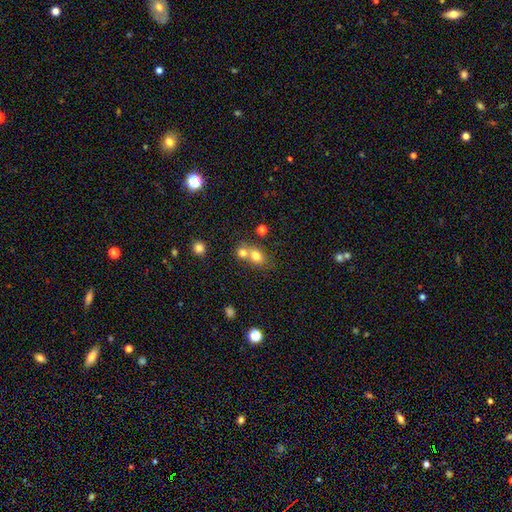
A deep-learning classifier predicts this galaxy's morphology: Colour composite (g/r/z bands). It shows a smooth galaxy with no disk features (76%) that is round (57%). Merging: merger (55%).